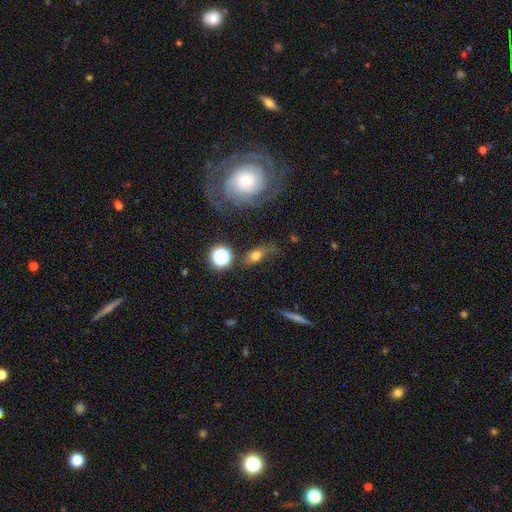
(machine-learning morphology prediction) Overall: smooth (63%). How rounded: in between (70%). Merging: none (45%; minor disturbance 26%).